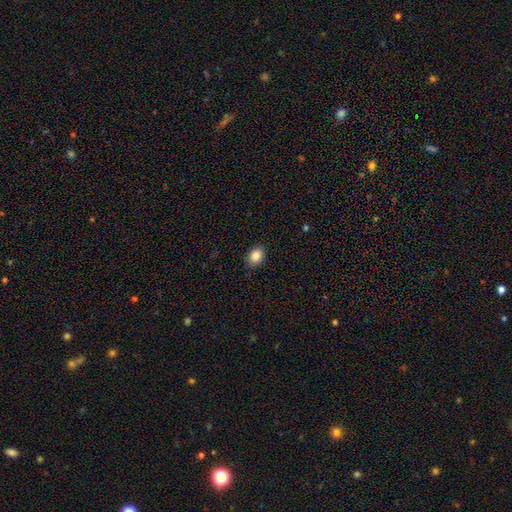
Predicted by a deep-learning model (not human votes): Q: Smooth or featured?
A: smooth (86%); runner-up: star or artifact (9%)
Q: How rounded?
A: in between (71%); runner-up: round (28%)
Q: Merging?
A: none (88%); runner-up: minor disturbance (9%)